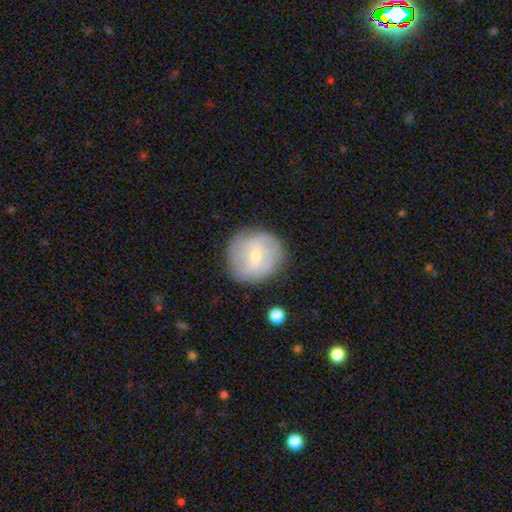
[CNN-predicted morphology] Smooth or featured? featured or disk (71%)
Edge-on disk? no (97%)
Bar? weak (57%)
Spiral arms? yes (89%)
Spiral winding? tight (67%)
Spiral arm count? can't tell (34%)
Bulge size? moderate (49%)
Merging? none (83%)